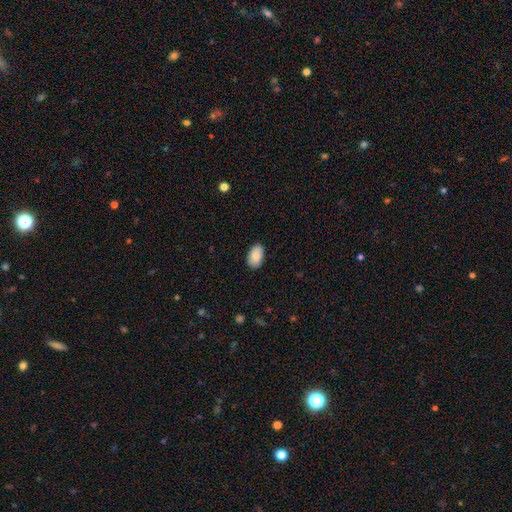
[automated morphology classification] smooth-or-featured: smooth: 88% | star or artifact: 6% | featured or disk: 5%
  how-rounded: in between: 94% | round: 5% | cigar-shaped: 1%
  merging: none: 87% | minor disturbance: 10% | major disturbance: 2% | merger: 1%